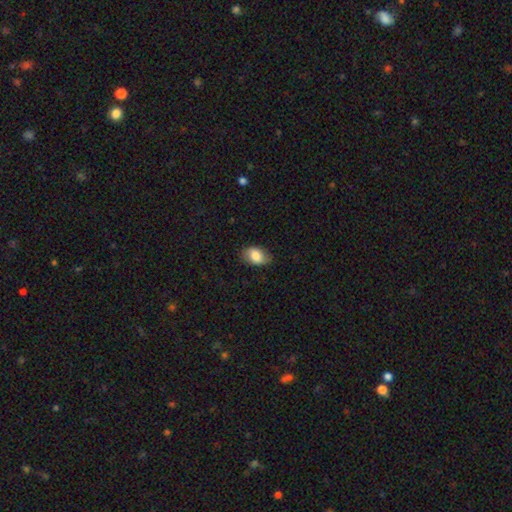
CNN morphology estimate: smooth_or_featured: smooth (p=0.77) [alt: featured or disk p=0.16]
how_rounded: in between (p=0.87) [alt: round p=0.12]
merging: none (p=0.79) [alt: minor disturbance p=0.17]